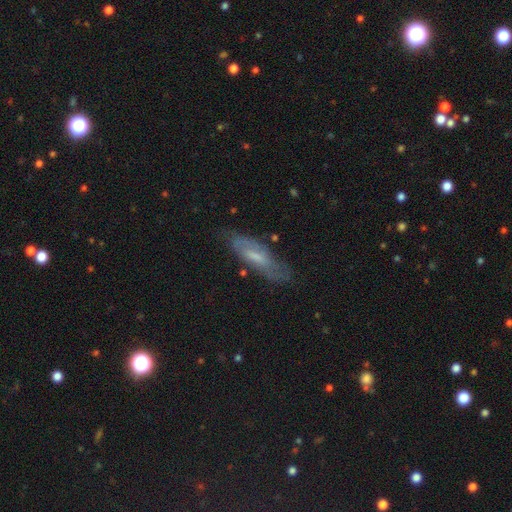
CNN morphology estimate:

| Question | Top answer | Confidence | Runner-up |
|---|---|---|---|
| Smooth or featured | featured or disk | 59% | smooth (34%) |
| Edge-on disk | no | 70% | yes (30%) |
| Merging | none | 72% | minor disturbance (20%) |